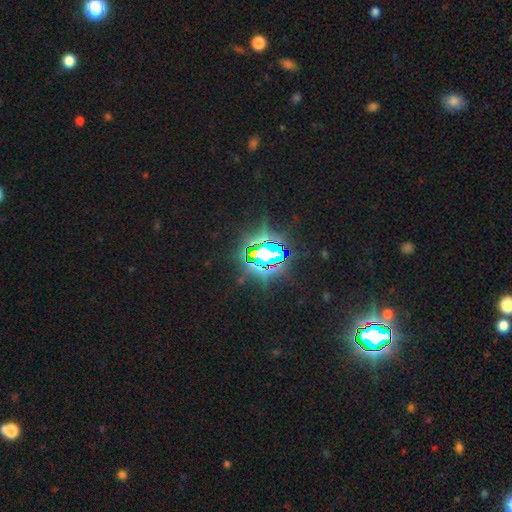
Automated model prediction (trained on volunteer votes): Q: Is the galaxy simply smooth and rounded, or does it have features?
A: star or artifact — 83%.